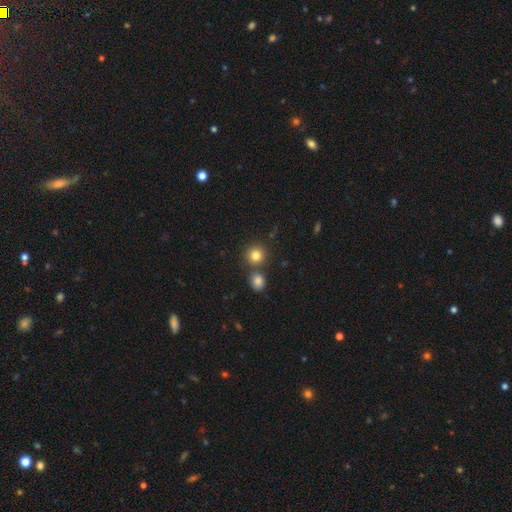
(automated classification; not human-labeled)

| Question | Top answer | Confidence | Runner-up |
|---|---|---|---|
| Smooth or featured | smooth | 81% | star or artifact (12%) |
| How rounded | round | 90% | in between (9%) |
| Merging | none | 72% | merger (19%) |